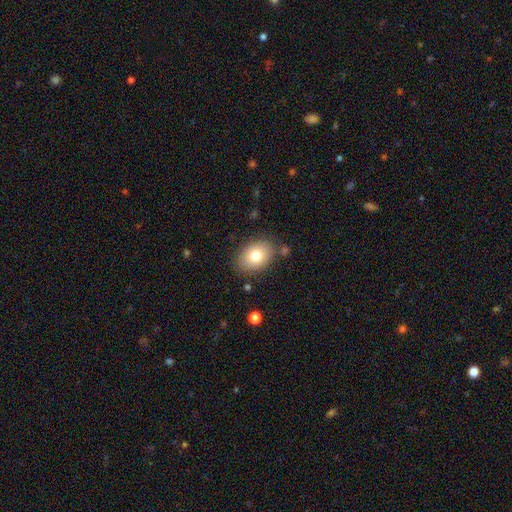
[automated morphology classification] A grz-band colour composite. It shows a smooth galaxy with no disk features (79%) that is in between round and cigar-shaped (78%). Merging: none (81%).